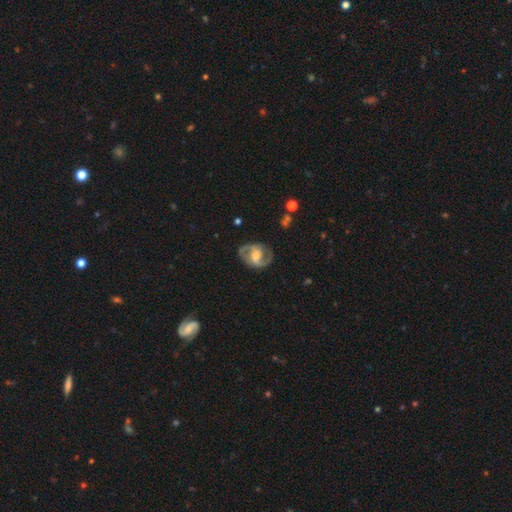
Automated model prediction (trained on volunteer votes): This is clearly a featured or disk galaxy (84%). It is clearly not viewed edge-on (97%). Bar: possibly weak (48%). Spiral arm pattern: clearly yes (94%). Spiral arm count: clearly 2 (91%). Spiral winding: possibly medium (57%). Central bulge: possibly moderate (53%). Merging: clearly none (80%).